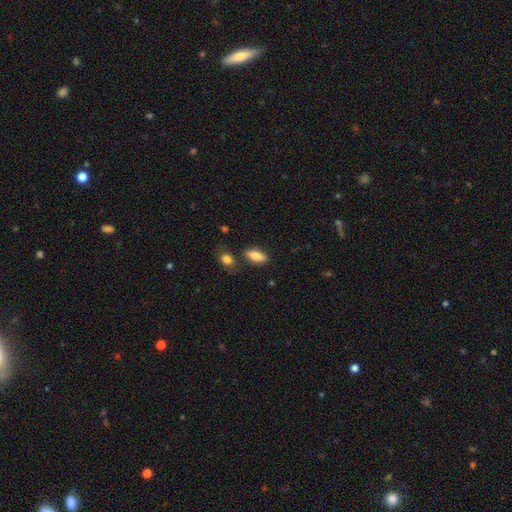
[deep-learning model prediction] The model was most divided on "how rounded": in between: 72%, cigar-shaped: 25%, round: 3%. More confident: smooth or featured — smooth (82%); merging — none (79%).